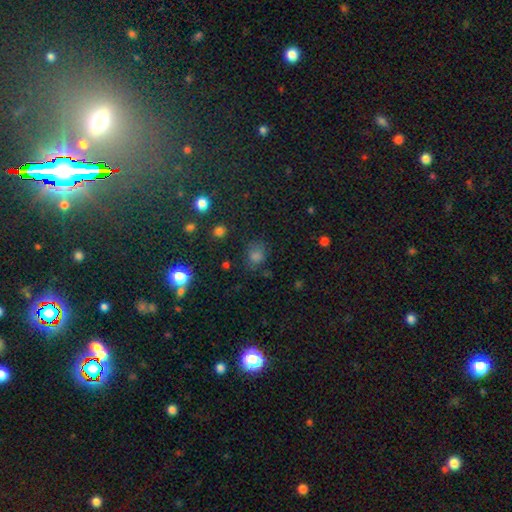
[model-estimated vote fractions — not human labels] A smooth galaxy with no disk features (66%) that is round (71%). Merging: none (70%).